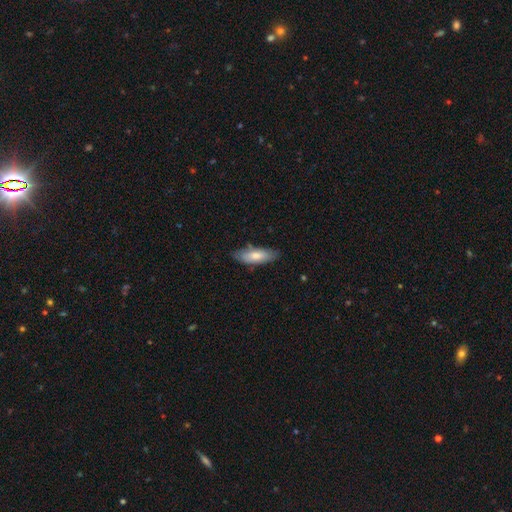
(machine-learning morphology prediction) This is likely a smooth galaxy (73%). How rounded: likely in between (61%). Merging: likely none (74%).